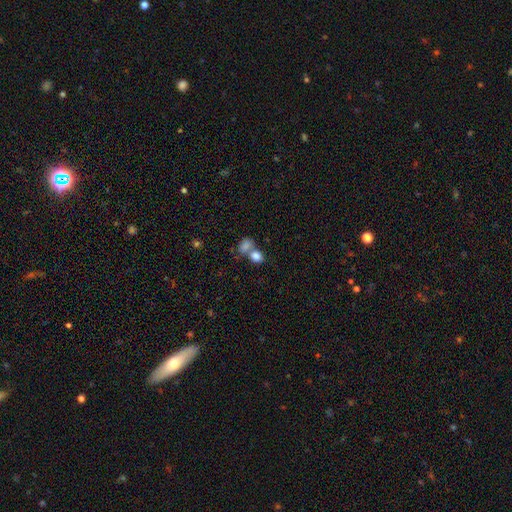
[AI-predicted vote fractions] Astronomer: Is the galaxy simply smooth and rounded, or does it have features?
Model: smooth — 82%.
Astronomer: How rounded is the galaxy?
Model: in between — 56% (runner-up: round, 43%).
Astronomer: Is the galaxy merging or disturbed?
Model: merger — 56% (runner-up: none, 32%).